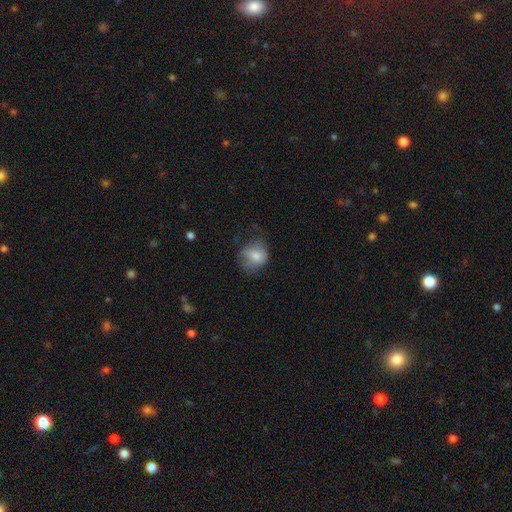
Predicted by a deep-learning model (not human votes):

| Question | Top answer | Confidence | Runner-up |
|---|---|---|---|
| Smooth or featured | smooth | 74% | featured or disk (17%) |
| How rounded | round | 62% | in between (37%) |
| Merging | none | 49% | minor disturbance (30%) |